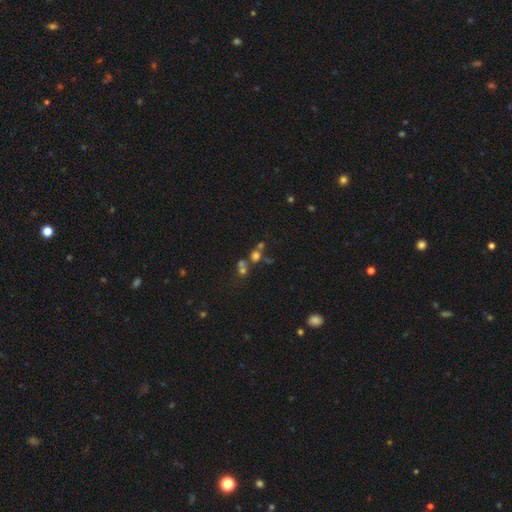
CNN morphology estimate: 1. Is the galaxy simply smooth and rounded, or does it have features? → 56% smooth, 26% star or artifact, 18% featured or disk.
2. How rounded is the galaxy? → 76% round, 22% in between, 2% cigar-shaped.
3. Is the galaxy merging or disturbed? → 47% merger, 39% none, 8% minor disturbance, 6% major disturbance.